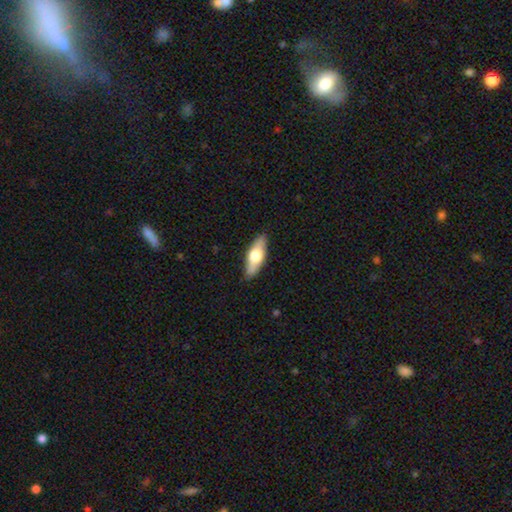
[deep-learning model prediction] smooth-or-featured: smooth: 53% | featured or disk: 42% | star or artifact: 5%
  how-rounded: in between: 65% | cigar-shaped: 32% | round: 3%
  merging: none: 88% | minor disturbance: 9% | major disturbance: 2% | merger: 1%